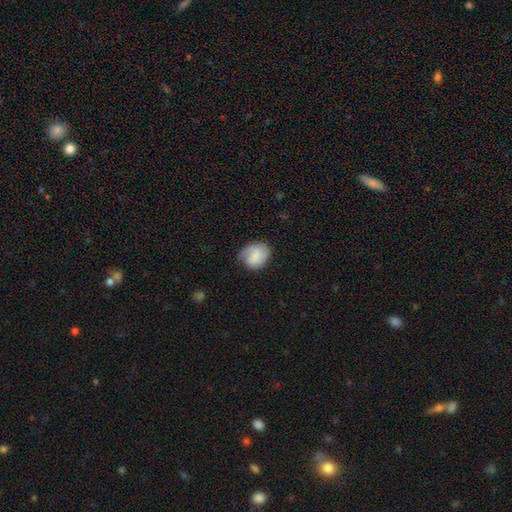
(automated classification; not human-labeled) Q: Smooth or featured?
A: smooth (61%); runner-up: featured or disk (32%)
Q: How rounded?
A: round (56%); runner-up: in between (43%)
Q: Merging?
A: none (60%); runner-up: minor disturbance (27%)